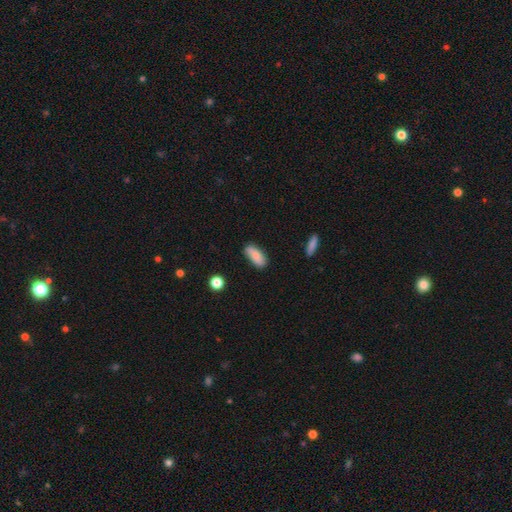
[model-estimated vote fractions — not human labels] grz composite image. It shows a smooth galaxy with no disk features (79%) that is in between round and cigar-shaped (84%). Merging: none (74%).